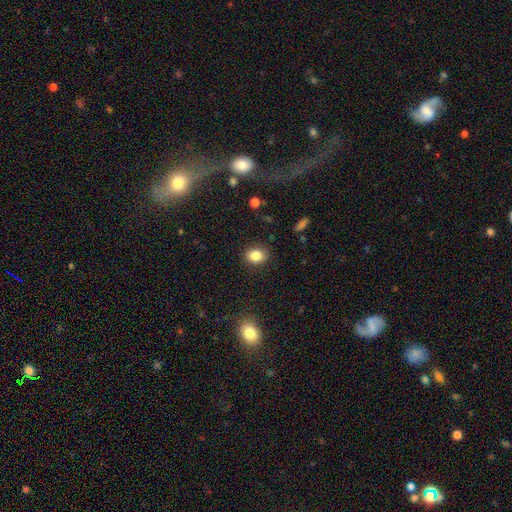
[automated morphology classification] This appears to be a smooth galaxy with no disk features (84%) that is in between round and cigar-shaped (53%). Merging: none (86%).